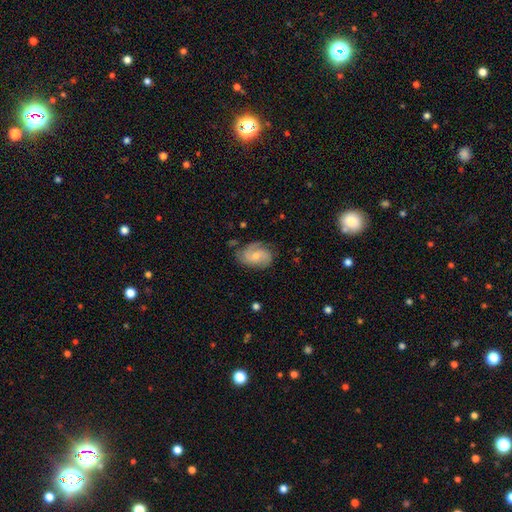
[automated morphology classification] A featured or disk galaxy (66%) with no bar (58%), 2 (51%) medium (43%) spiral arms (92%) and a small central bulge (50%).

Vote fractions:
- Smooth or featured? featured or disk: 66% / smooth: 28% / star or artifact: 6%
- Edge-on disk? no: 97% / yes: 3%
- Bar? no: 58% / weak: 37% / strong: 5%
- Spiral arms? yes: 92% / no: 8%
- Spiral winding? medium: 43% / tight: 39% / loose: 18%
- Spiral arm count? 2: 51% / can't tell: 19% / 3: 16% / 1: 8% / 4: 3% / more than 4: 2%
- Bulge size? small: 50% / moderate: 41% / none: 5% / large: 3% / dominant: 1%
- Merging? none: 65% / minor disturbance: 23% / major disturbance: 9% / merger: 2%